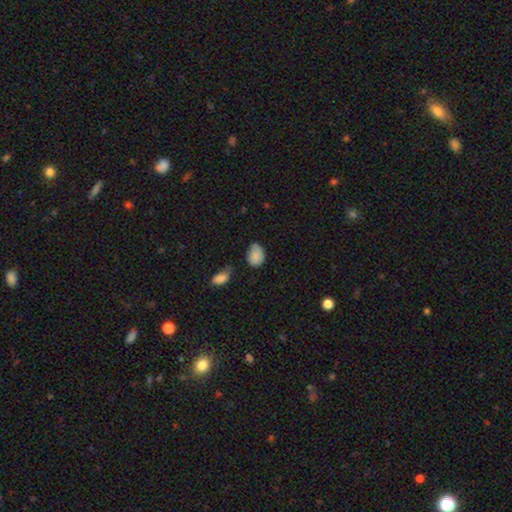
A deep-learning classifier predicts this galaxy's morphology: Smooth or featured: smooth — 84% (star or artifact — 9%)
How rounded: in between — 80% (round — 19%)
Merging: none — 46% (minor disturbance — 38%)